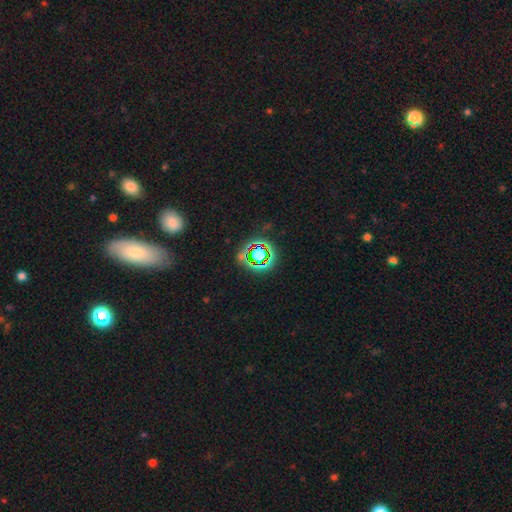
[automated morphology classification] Smooth or featured: star or artifact — 73% (smooth — 17%)